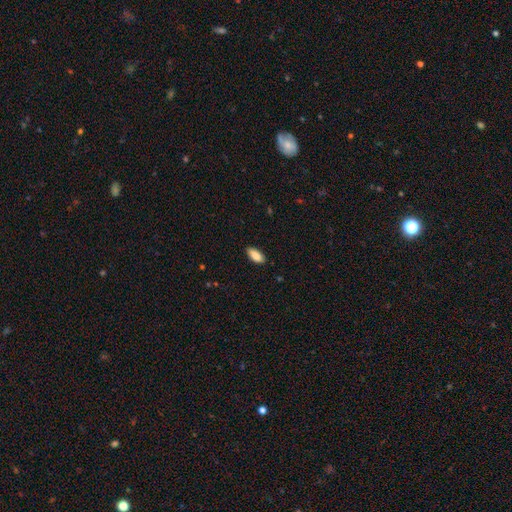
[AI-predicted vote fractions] smooth_or_featured: smooth (p=0.88) [alt: star or artifact p=0.06]
how_rounded: in between (p=0.85) [alt: cigar-shaped p=0.13]
merging: none (p=0.85) [alt: minor disturbance p=0.12]